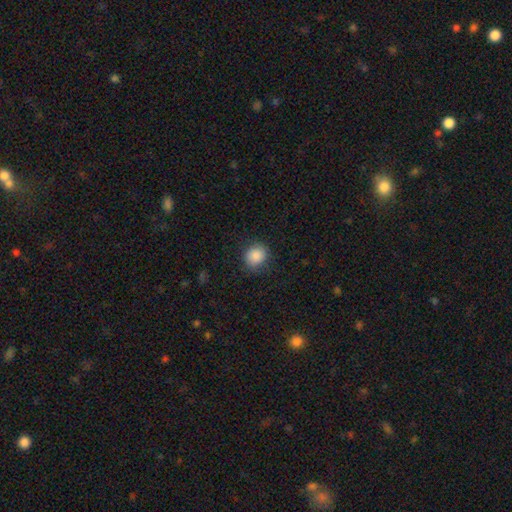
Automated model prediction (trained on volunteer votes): smooth 87%, star or artifact 8%, featured or disk 4%. Down the decision tree: how rounded — round (77%); merging — none (83%).